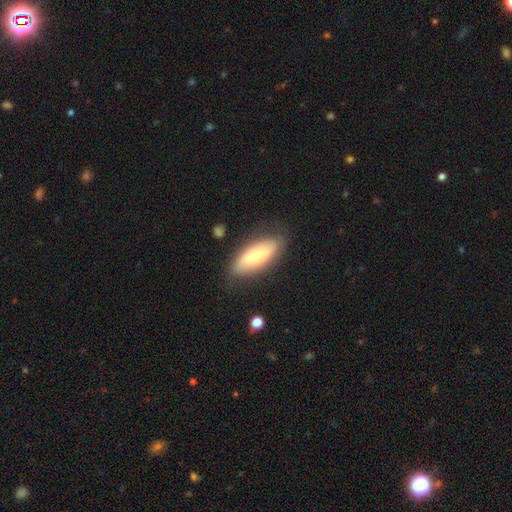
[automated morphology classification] Smooth or featured? smooth (65%)
How rounded? in between (75%)
Merging? none (76%)